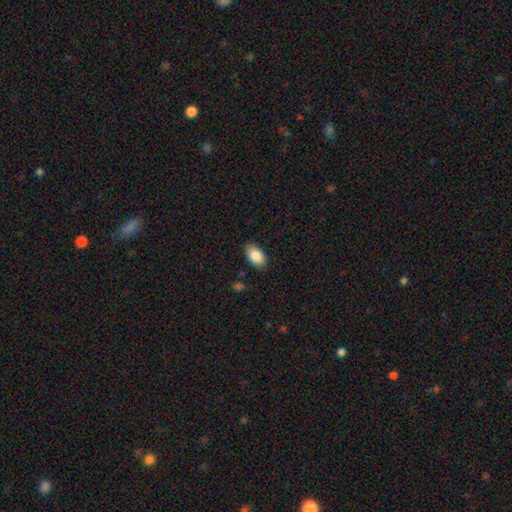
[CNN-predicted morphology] The model was most divided on "merging": none: 86%, minor disturbance: 11%, major disturbance: 2%, merger: 1%. More confident: how rounded — in between (93%); smooth or featured — smooth (88%).